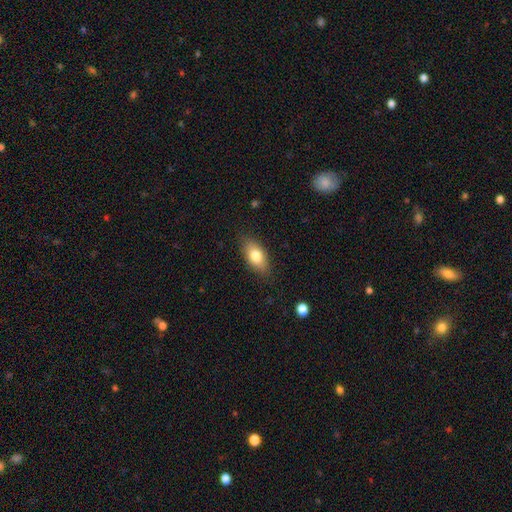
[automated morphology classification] Smooth or featured? smooth (78%)
How rounded? in between (87%)
Merging? none (84%)